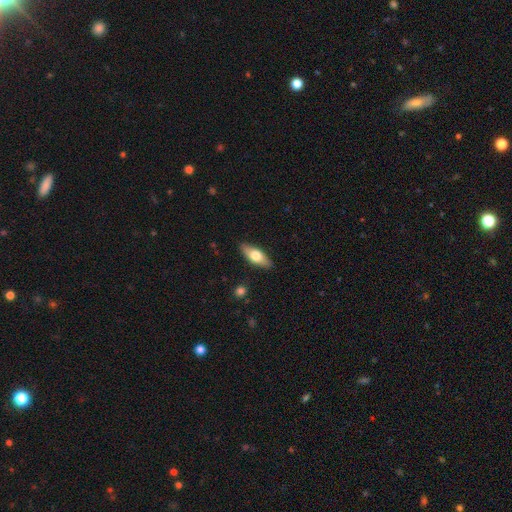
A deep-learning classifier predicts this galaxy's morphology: smooth_or_featured: smooth (p=0.64) [alt: featured or disk p=0.30]
how_rounded: in between (p=0.73) [alt: cigar-shaped p=0.25]
merging: none (p=0.87) [alt: minor disturbance p=0.09]